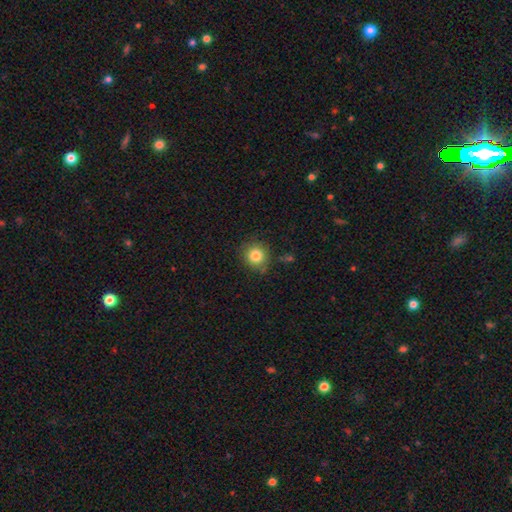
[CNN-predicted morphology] smooth 83%, star or artifact 11%, featured or disk 6%. Down the decision tree: how rounded — round (90%); merging — none (83%).